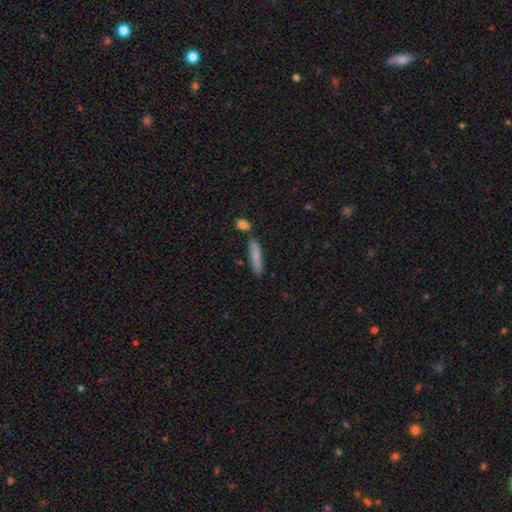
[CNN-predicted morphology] The model was most divided on "smooth or featured": smooth: 80%, featured or disk: 13%, star or artifact: 6%. More confident: how rounded — cigar-shaped (85%); merging — none (79%).